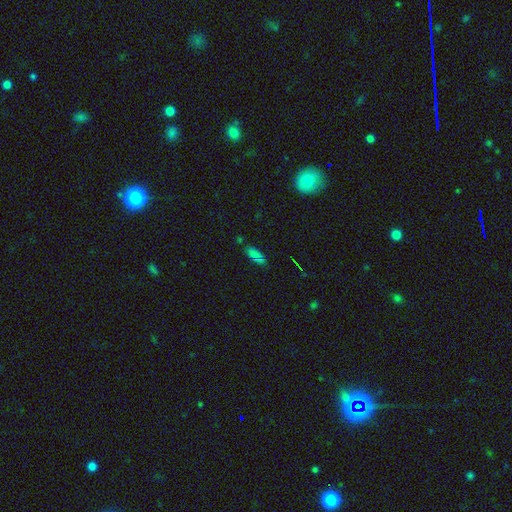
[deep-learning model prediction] Smooth or featured? Predicted: smooth (p=0.65). How rounded? Predicted: in between (p=0.72). Merging? Predicted: none (p=0.73).